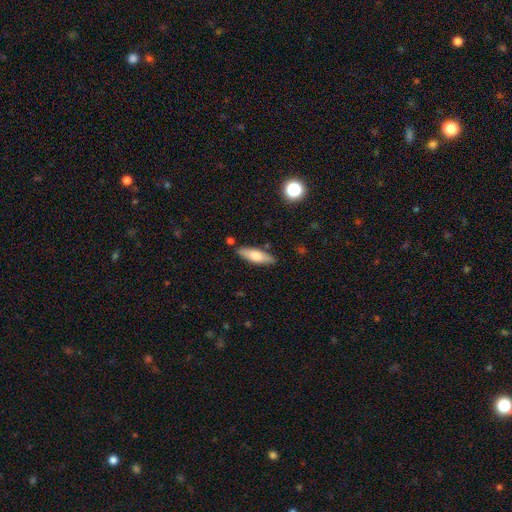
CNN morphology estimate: A smooth galaxy with no disk features (65%) that is in between round and cigar-shaped (50%).

Vote fractions:
- Smooth or featured? smooth: 65% / featured or disk: 29% / star or artifact: 6%
- How rounded? in between: 50% / cigar-shaped: 48% / round: 2%
- Merging? none: 83% / minor disturbance: 11% / merger: 3% / major disturbance: 2%